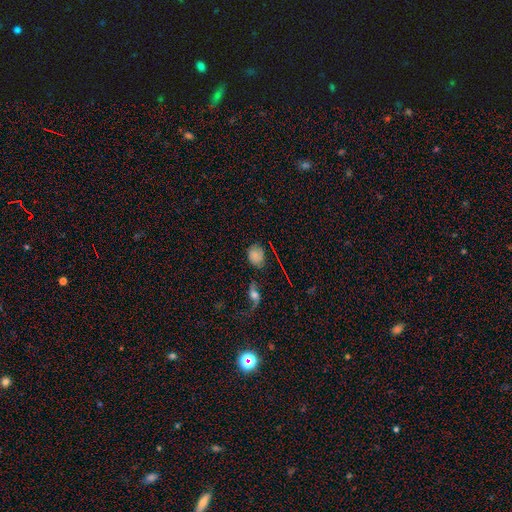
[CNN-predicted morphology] Smooth or featured? smooth (70%)
How rounded? round (49%, tied with in between)
Merging? none (62%)